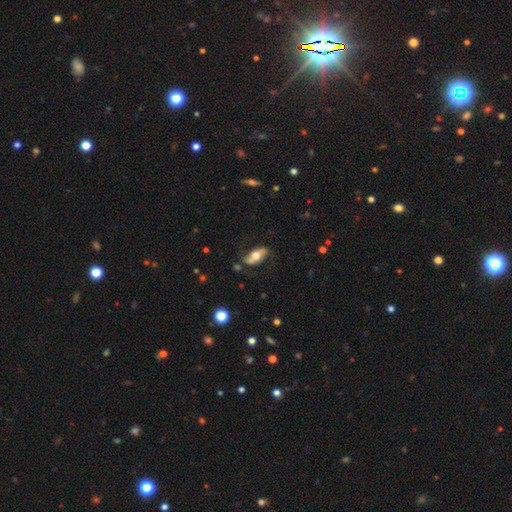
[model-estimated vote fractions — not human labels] The model was most divided on "smooth or featured": featured or disk: 55%, smooth: 38%, star or artifact: 7%. More confident: edge-on disk — no (76%); merging — none (69%).